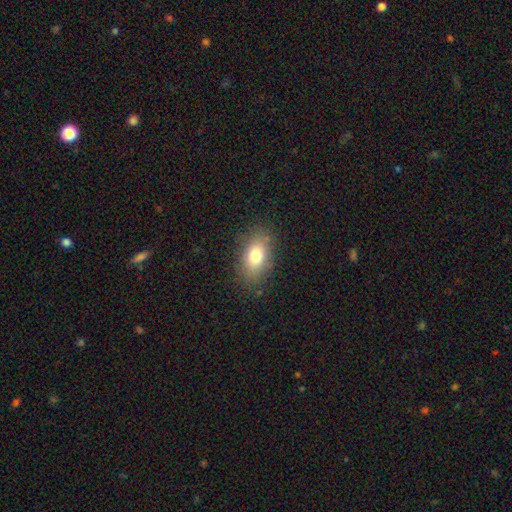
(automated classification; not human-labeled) A smooth galaxy with no disk features (77%) that is in between round and cigar-shaped (86%).

Vote fractions:
- Smooth or featured? smooth: 77% / featured or disk: 13% / star or artifact: 10%
- How rounded? in between: 86% / round: 12% / cigar-shaped: 2%
- Merging? none: 81% / minor disturbance: 13% / major disturbance: 4% / merger: 1%